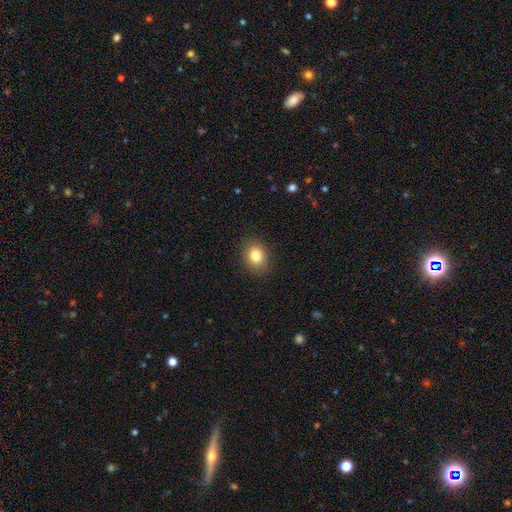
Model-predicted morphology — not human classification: Smooth or featured: smooth — 83% (star or artifact — 10%)
How rounded: in between — 53% (round — 46%)
Merging: none — 87% (minor disturbance — 9%)